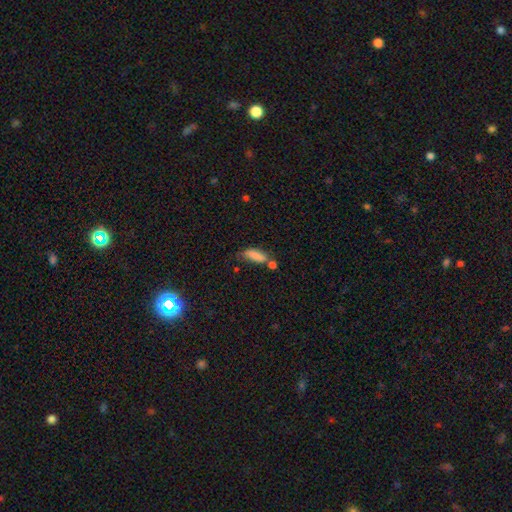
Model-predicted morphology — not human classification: Smooth or featured?
  - smooth: 80% *
  - featured or disk: 12%
  - star or artifact: 9%
How rounded?
  - in between: 64% *
  - cigar-shaped: 33%
  - round: 3%
Merging?
  - none: 39% *
  - minor disturbance: 26%
  - merger: 24%
  - major disturbance: 11%